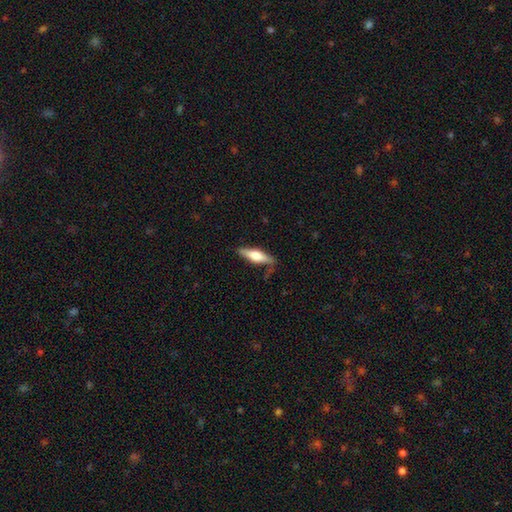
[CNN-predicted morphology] smooth_or_featured: featured or disk (p=0.48) [alt: smooth p=0.47]
merging: none (p=0.81) [alt: minor disturbance p=0.14]